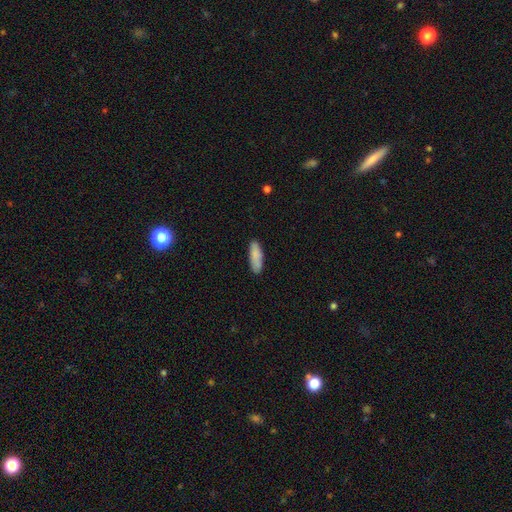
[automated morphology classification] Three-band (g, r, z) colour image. It shows a smooth galaxy with no disk features (86%) that is in between round and cigar-shaped (50%). Merging: none (83%).